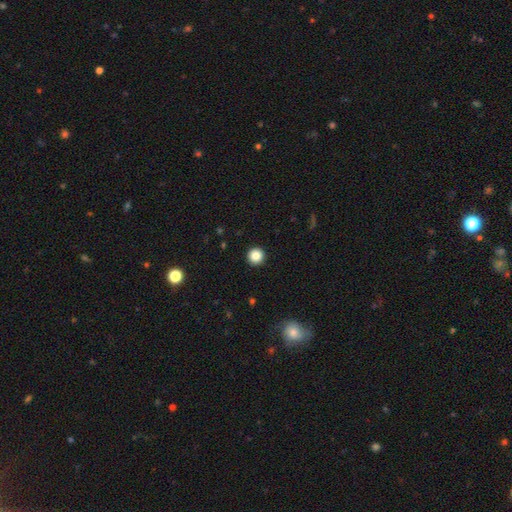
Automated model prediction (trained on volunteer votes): smooth 85%, star or artifact 11%, featured or disk 4%. Down the decision tree: how rounded — round (96%); merging — none (94%).